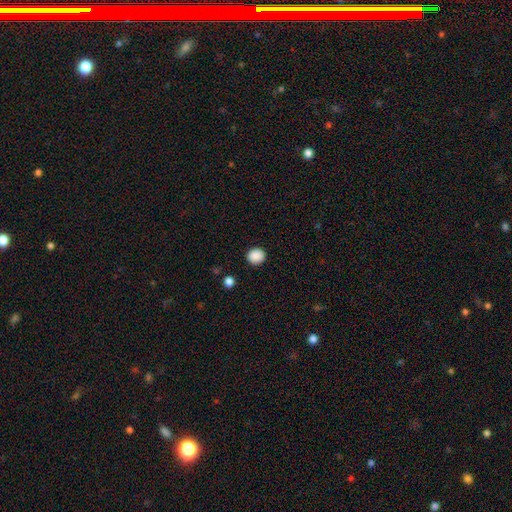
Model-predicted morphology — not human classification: Smooth or featured? Predicted: smooth (p=0.89). How rounded? Predicted: round (p=0.83). Merging? Predicted: none (p=0.91).